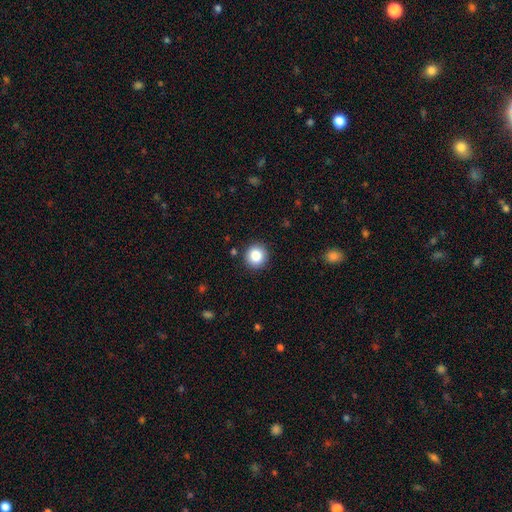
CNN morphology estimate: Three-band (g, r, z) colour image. It shows a smooth galaxy with no disk features (85%) that is round (93%). Merging: none (91%).